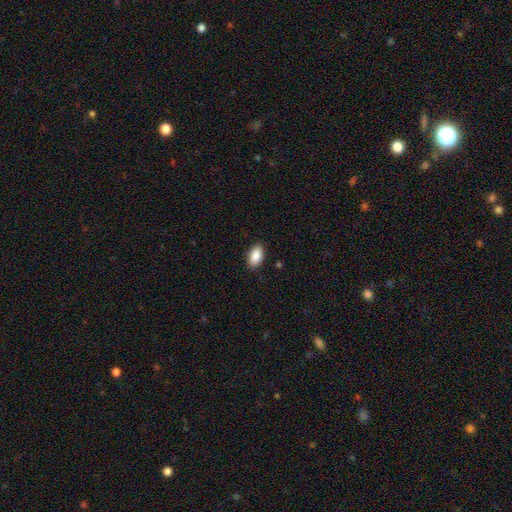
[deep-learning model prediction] Smooth or featured?
  - smooth: 89% *
  - star or artifact: 7%
  - featured or disk: 4%
How rounded?
  - in between: 93% *
  - round: 5%
  - cigar-shaped: 2%
Merging?
  - none: 88% *
  - minor disturbance: 9%
  - major disturbance: 2%
  - merger: 1%